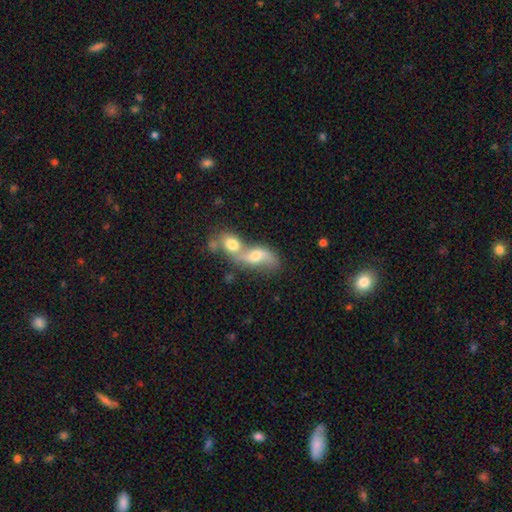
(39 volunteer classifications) Smooth or featured? 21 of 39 (54%) said featured or disk. Edge-on disk? 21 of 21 (100%) said no. Bar? 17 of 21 (81%) said no. Spiral arms? 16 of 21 (76%) said yes. Spiral winding? 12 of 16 (75%) said loose. Spiral arm count? 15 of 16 (94%) said 2. Bulge size? 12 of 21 (57%) said moderate. Merging? 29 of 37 (78%) said merger.